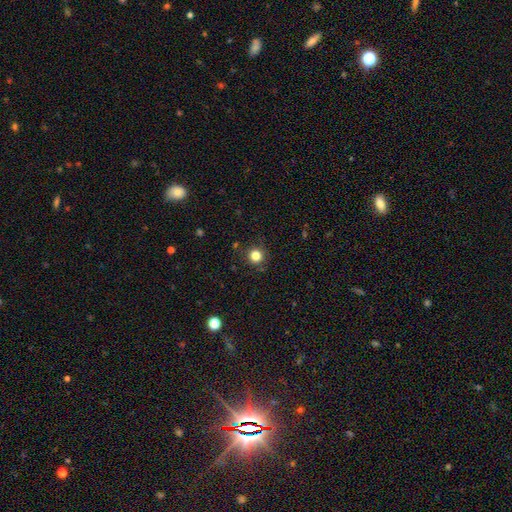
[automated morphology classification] Smooth or featured? smooth (82%)
How rounded? round (94%)
Merging? none (89%)